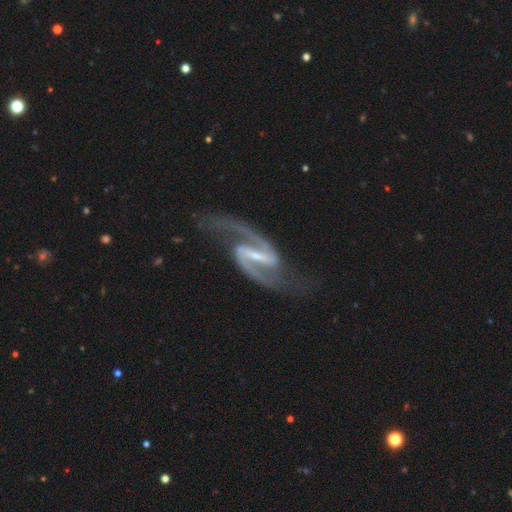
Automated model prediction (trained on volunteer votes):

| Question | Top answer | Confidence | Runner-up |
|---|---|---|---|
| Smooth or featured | featured or disk | 94% | star or artifact (4%) |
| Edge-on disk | no | 97% | yes (3%) |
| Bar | strong | 71% | weak (23%) |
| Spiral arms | yes | 98% | no (2%) |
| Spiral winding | medium | 56% | loose (32%) |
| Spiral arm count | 2 | 95% | can't tell (1%) |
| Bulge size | small | 66% | moderate (19%) |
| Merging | none | 77% | minor disturbance (14%) |